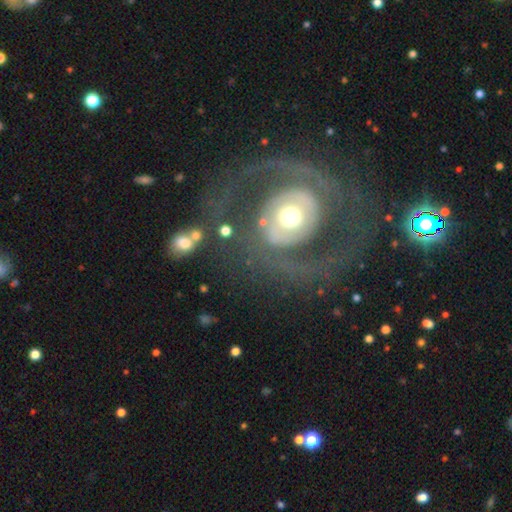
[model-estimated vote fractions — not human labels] This appears to be a featured or disk galaxy (82%) with no bar (60%), 2 (79%) medium (43%) spiral arms (76%) and a moderate central bulge (57%). Merging: none (73%).